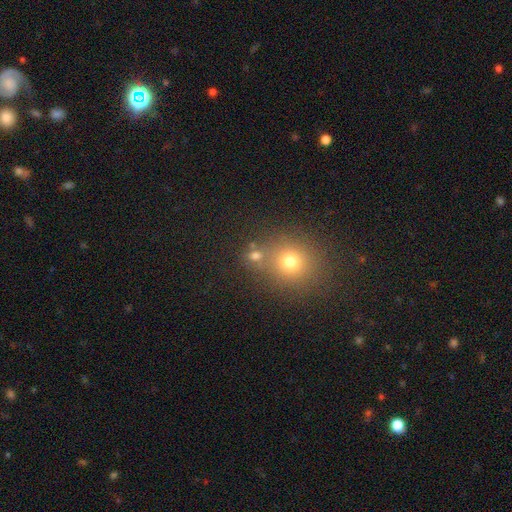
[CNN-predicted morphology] Q: Smooth or featured?
A: smooth (68%); runner-up: star or artifact (23%)
Q: How rounded?
A: round (76%); runner-up: in between (22%)
Q: Merging?
A: none (62%); runner-up: merger (25%)